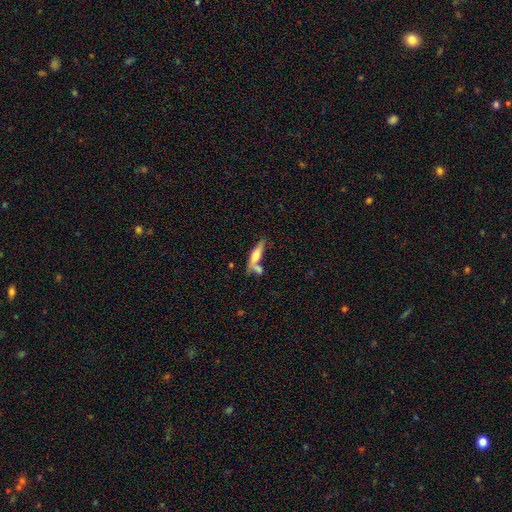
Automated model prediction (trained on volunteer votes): This is possibly a smooth galaxy (53%). How rounded: likely cigar-shaped (67%). Merging: possibly none (48%).